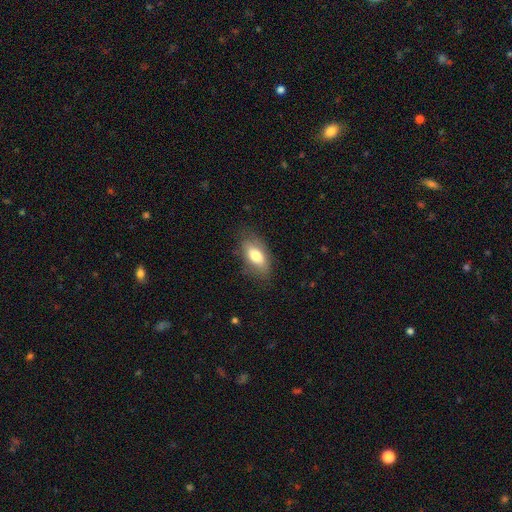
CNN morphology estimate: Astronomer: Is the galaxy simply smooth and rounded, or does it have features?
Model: smooth — 74%.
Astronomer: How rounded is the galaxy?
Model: in between — 88%.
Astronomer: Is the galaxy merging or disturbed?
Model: none — 77%.